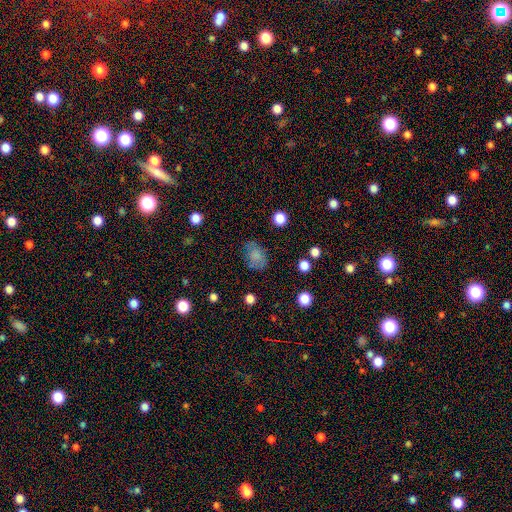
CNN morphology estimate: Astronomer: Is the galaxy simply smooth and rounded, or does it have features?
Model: smooth — 76%.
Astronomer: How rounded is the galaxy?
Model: in between — 72%.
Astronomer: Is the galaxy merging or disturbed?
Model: none — 69%.